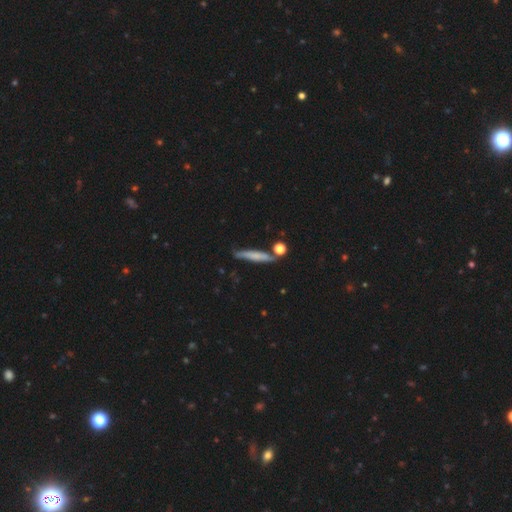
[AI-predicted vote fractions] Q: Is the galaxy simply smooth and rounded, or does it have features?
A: smooth — 56%.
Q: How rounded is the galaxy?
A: cigar-shaped — 88%.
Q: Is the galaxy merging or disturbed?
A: none — 73%.